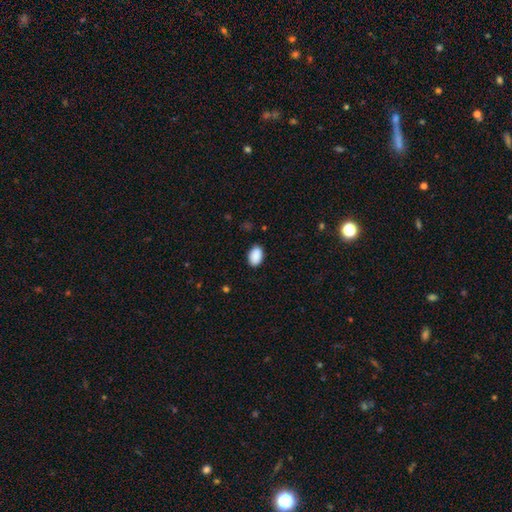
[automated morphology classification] Smooth or featured?
  - smooth: 90% *
  - star or artifact: 7%
  - featured or disk: 3%
How rounded?
  - in between: 88% *
  - round: 11%
  - cigar-shaped: 1%
Merging?
  - none: 86% *
  - minor disturbance: 11%
  - major disturbance: 2%
  - merger: 1%